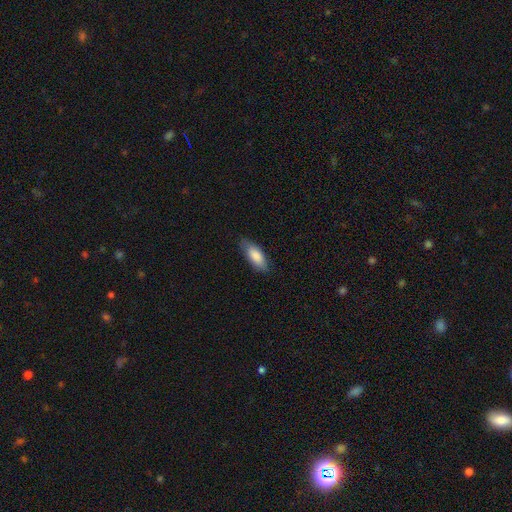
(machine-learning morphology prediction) smooth 84%, featured or disk 11%, star or artifact 6%. Down the decision tree: how rounded — in between (77%); merging — none (82%).